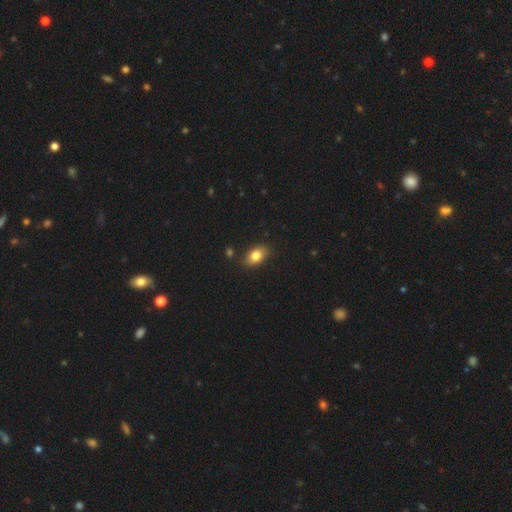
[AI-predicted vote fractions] The model was most divided on "smooth or featured": smooth: 81%, featured or disk: 10%, star or artifact: 9%. More confident: how rounded — in between (84%); merging — none (84%).